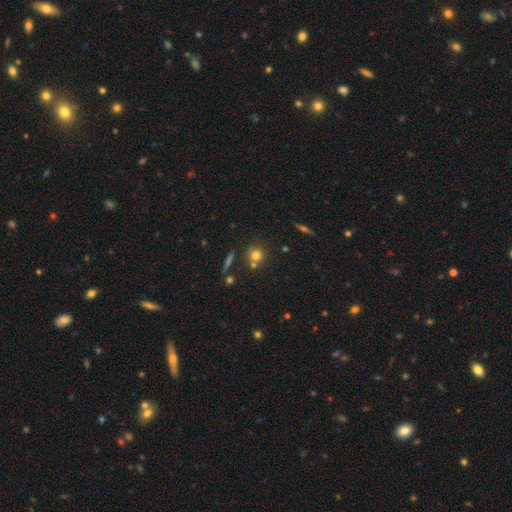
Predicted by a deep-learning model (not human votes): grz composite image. It shows a smooth galaxy with no disk features (71%) that is round (88%). Merging: none (68%).